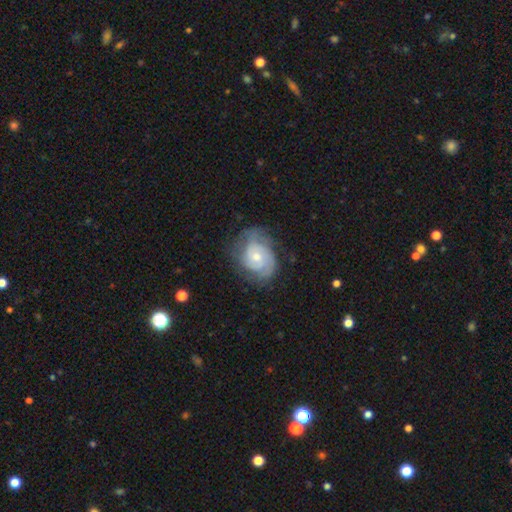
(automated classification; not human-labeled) A featured or disk galaxy (78%) with no bar (74%), 2 (39%) tight (63%) spiral arms (92%) and a small central bulge (48%). Merging: none (68%).